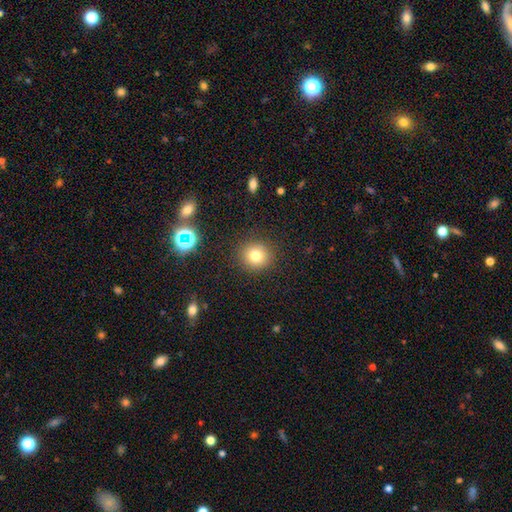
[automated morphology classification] Smooth or featured? smooth (78%)
How rounded? round (88%)
Merging? none (89%)